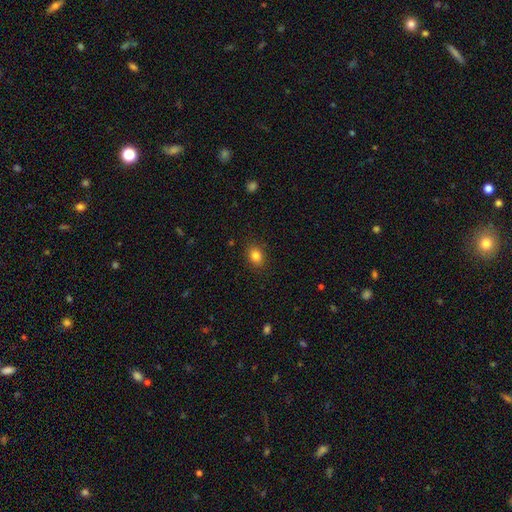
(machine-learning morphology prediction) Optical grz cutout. It shows a smooth galaxy with no disk features (84%) that is in between round and cigar-shaped (60%). Merging: none (88%).